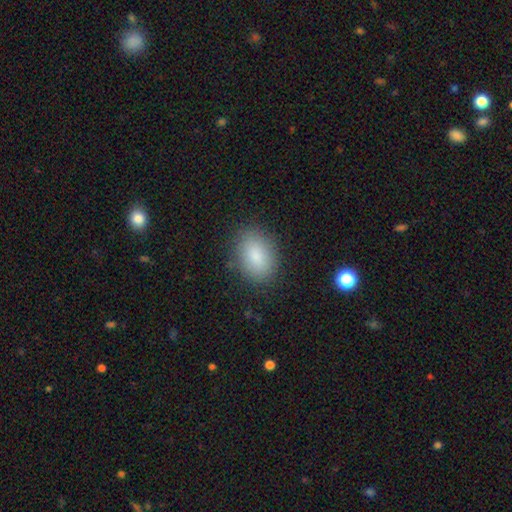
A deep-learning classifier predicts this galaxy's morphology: A smooth galaxy with no disk features (84%) that is in between round and cigar-shaped (79%).

Vote fractions:
- Smooth or featured? smooth: 84% / star or artifact: 8% / featured or disk: 7%
- How rounded? in between: 79% / round: 19% / cigar-shaped: 1%
- Merging? none: 85% / minor disturbance: 11% / major disturbance: 3% / merger: 1%